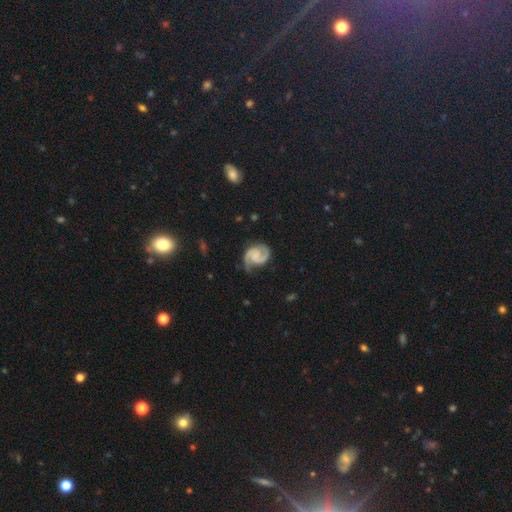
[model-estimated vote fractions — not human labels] featured or disk 88%, smooth 7%, star or artifact 5%. Down the decision tree: edge-on disk — no (98%); bar — no (51%); spiral arms — yes (98%); spiral arm count — 2 (92%); spiral winding — medium (53%); bulge size — none (52%); merging — none (75%).